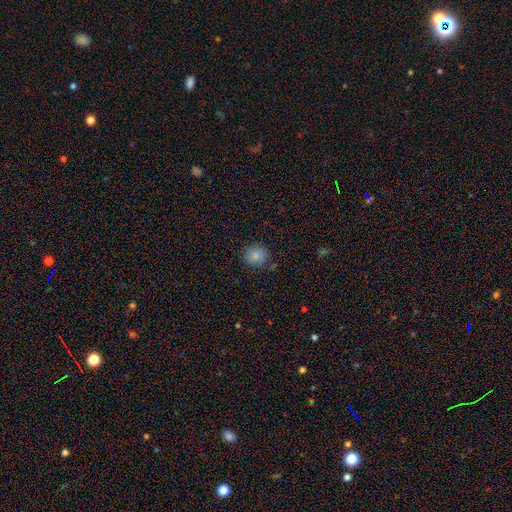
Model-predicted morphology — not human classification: This is clearly a smooth galaxy (84%). How rounded: clearly round (85%). Merging: clearly none (82%).